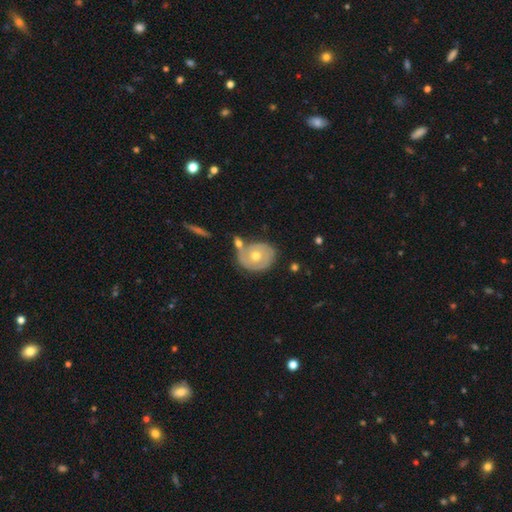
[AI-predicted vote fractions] Overall: featured or disk (66%; smooth 28%). Edge-on disk: no (95%). Bar: no (84%). Spiral arms: yes (70%; no 30%). Bulge size: moderate (72%). Merging: none (58%; minor disturbance 19%).